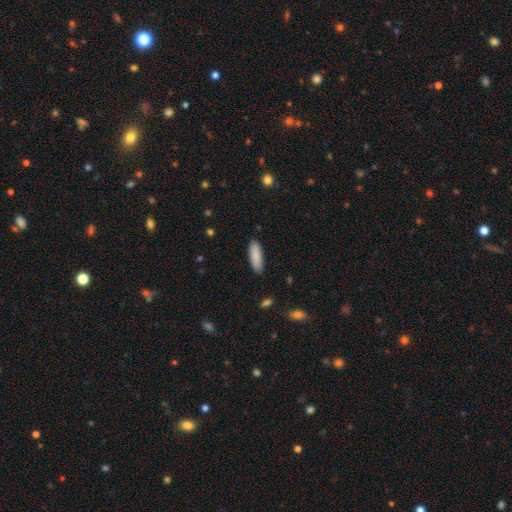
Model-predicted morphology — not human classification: Overall: smooth (88%). How rounded: cigar-shaped (52%; in between 46%). Merging: none (89%).